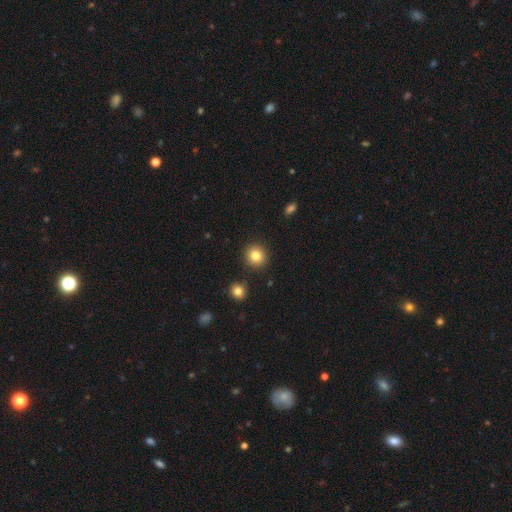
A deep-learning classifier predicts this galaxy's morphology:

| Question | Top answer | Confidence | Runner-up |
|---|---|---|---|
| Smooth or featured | smooth | 83% | star or artifact (10%) |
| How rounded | round | 90% | in between (9%) |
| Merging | none | 89% | minor disturbance (6%) |